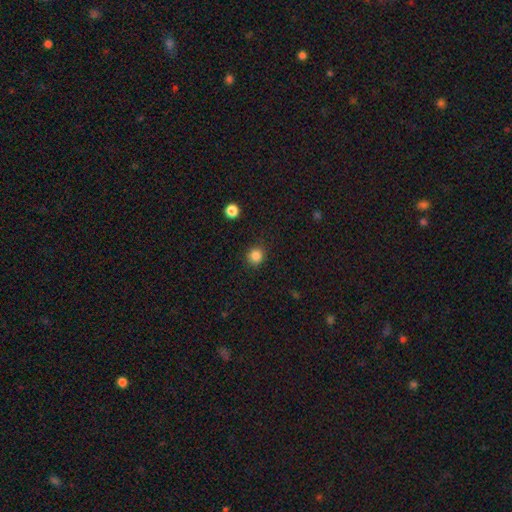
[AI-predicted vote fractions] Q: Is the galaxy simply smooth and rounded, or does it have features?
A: smooth — 85%.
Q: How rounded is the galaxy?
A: round — 90%.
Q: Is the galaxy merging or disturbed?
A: none — 90%.